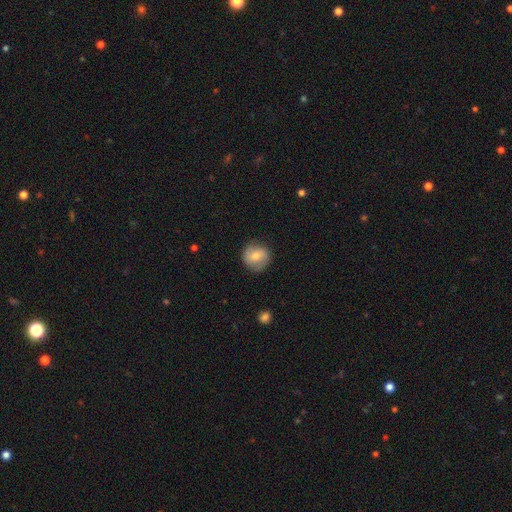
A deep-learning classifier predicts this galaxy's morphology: A smooth galaxy with no disk features (68%) that is round (87%).

Vote fractions:
- Smooth or featured? smooth: 68% / featured or disk: 25% / star or artifact: 8%
- How rounded? round: 87% / in between: 12% / cigar-shaped: 1%
- Merging? none: 80% / minor disturbance: 14% / major disturbance: 4% / merger: 1%